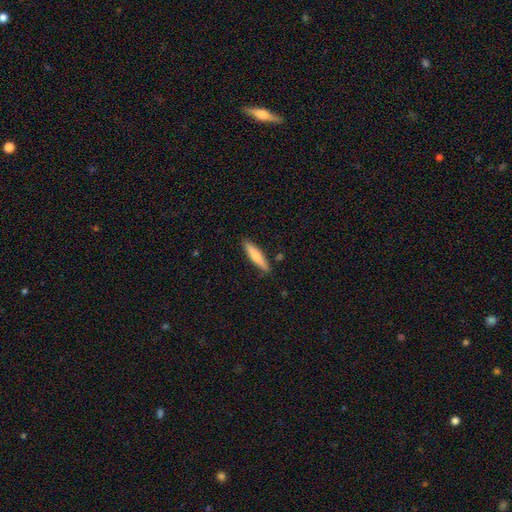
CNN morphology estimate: This is likely a smooth galaxy (69%). How rounded: clearly cigar-shaped (82%). Merging: clearly none (88%).